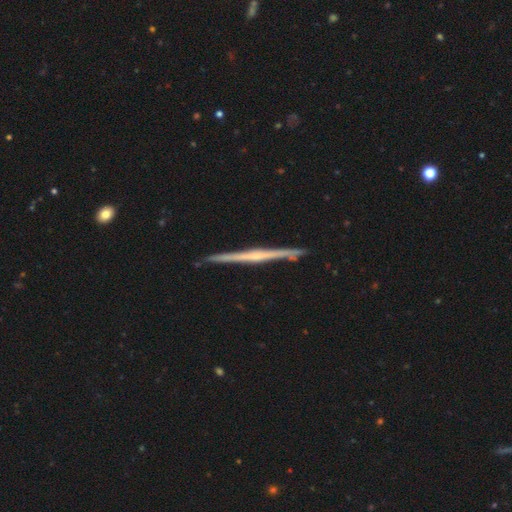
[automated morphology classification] A featured or disk galaxy (78%) viewed edge-on (98%) with no central bulge (51%). Merging: none (90%).